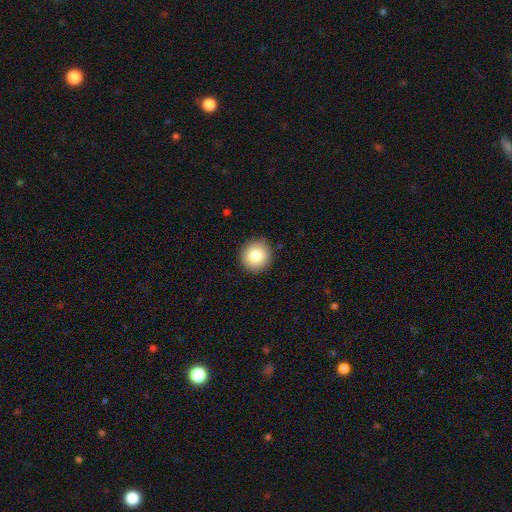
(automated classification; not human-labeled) A smooth galaxy with no disk features (83%) that is round (94%).

Vote fractions:
- Smooth or featured? smooth: 83% / star or artifact: 9% / featured or disk: 8%
- How rounded? round: 94% / in between: 5% / cigar-shaped: 1%
- Merging? none: 91% / minor disturbance: 6% / major disturbance: 2% / merger: 1%